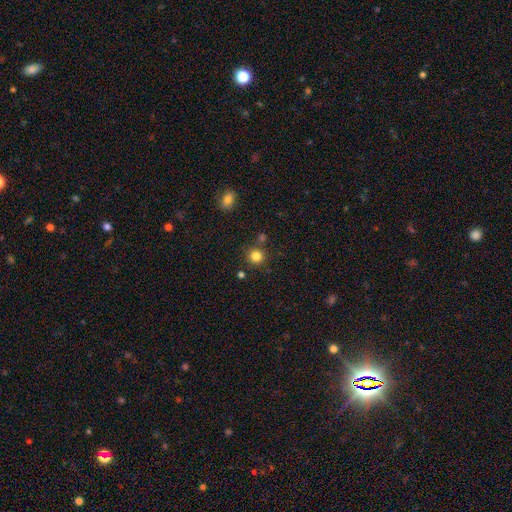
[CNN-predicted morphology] A smooth galaxy with no disk features (82%) that is round (93%). Merging: none (83%).